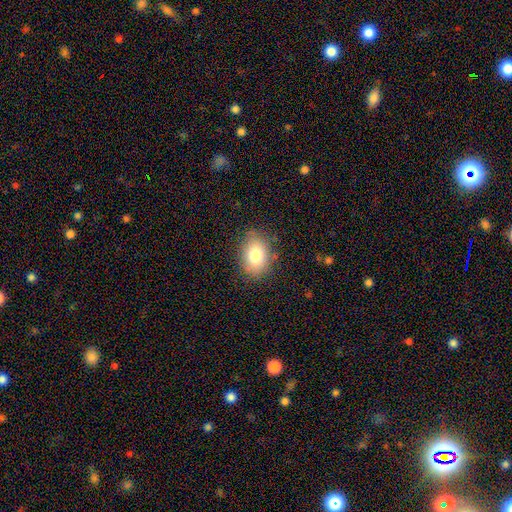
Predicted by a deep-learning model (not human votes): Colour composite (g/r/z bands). It shows a smooth galaxy with no disk features (80%) that is in between round and cigar-shaped (80%). Merging: none (81%).